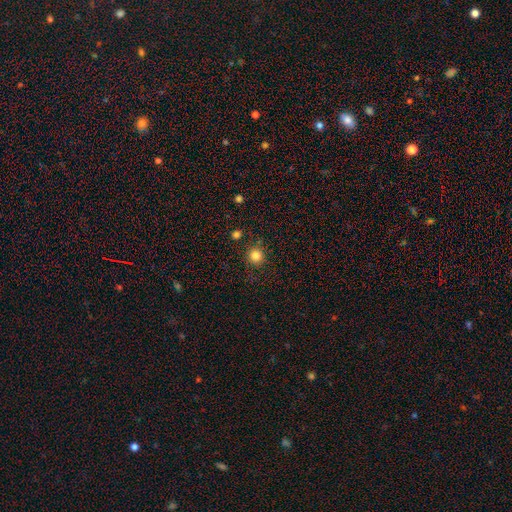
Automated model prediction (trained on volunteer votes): smooth-or-featured: smooth: 83% | star or artifact: 12% | featured or disk: 5%
  how-rounded: round: 94% | in between: 6% | cigar-shaped: 1%
  merging: none: 87% | minor disturbance: 8% | major disturbance: 3% | merger: 2%